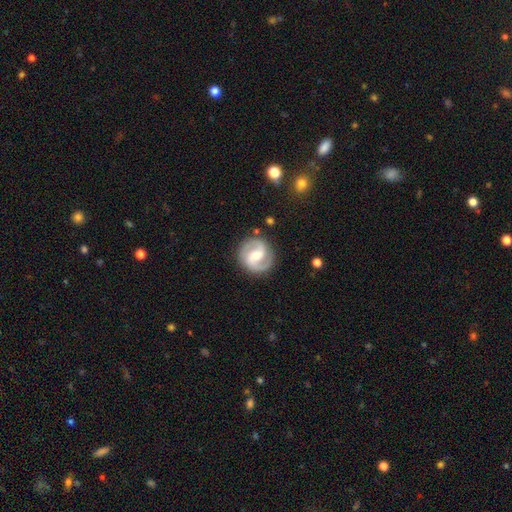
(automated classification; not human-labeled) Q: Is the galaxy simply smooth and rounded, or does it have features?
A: featured or disk — 83%.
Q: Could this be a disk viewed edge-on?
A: no — 98%.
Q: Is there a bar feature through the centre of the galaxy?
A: weak — 48%.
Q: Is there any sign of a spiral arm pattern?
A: yes — 95%.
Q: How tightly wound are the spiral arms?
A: medium — 53%.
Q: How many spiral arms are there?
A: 2 — 92%.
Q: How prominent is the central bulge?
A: moderate — 58%.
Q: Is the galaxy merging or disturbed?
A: none — 86%.